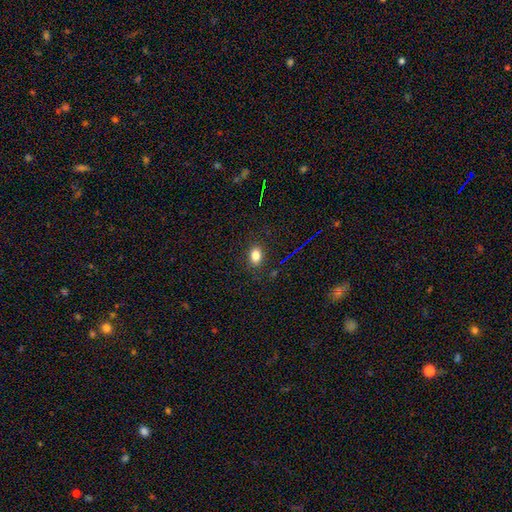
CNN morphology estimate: Q: Smooth or featured?
A: smooth (80%); runner-up: star or artifact (13%)
Q: How rounded?
A: in between (75%); runner-up: round (24%)
Q: Merging?
A: none (85%); runner-up: minor disturbance (11%)